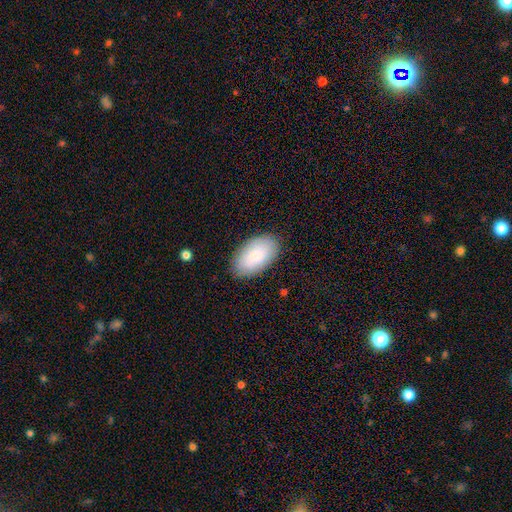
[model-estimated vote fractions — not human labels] A smooth galaxy with no disk features (81%) that is in between round and cigar-shaped (95%).

Vote fractions:
- Smooth or featured? smooth: 81% / featured or disk: 13% / star or artifact: 6%
- How rounded? in between: 95% / round: 3% / cigar-shaped: 1%
- Merging? none: 86% / minor disturbance: 10% / major disturbance: 2% / merger: 1%